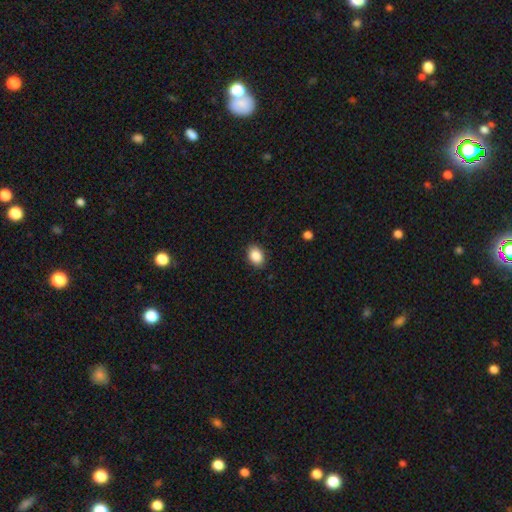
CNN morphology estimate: This is clearly a smooth galaxy (87%). How rounded: likely in between (76%). Merging: clearly none (88%).